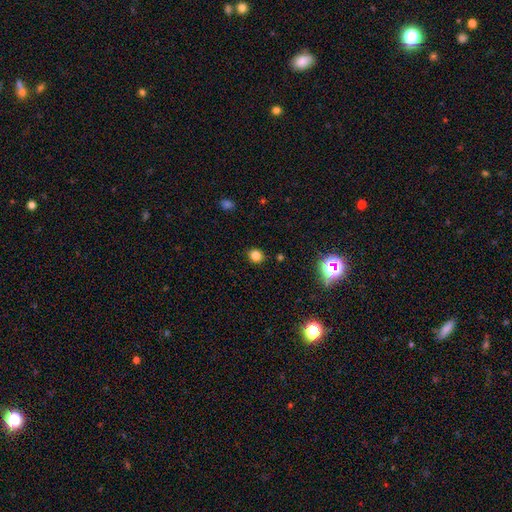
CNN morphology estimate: This appears to be a smooth galaxy with no disk features (80%) that is round (79%). Merging: none (88%).